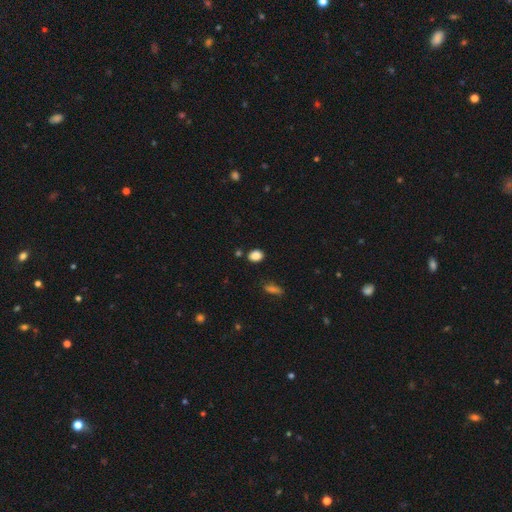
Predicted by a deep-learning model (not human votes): This is clearly a smooth galaxy (86%). How rounded: possibly in between (57%). Merging: clearly none (81%).